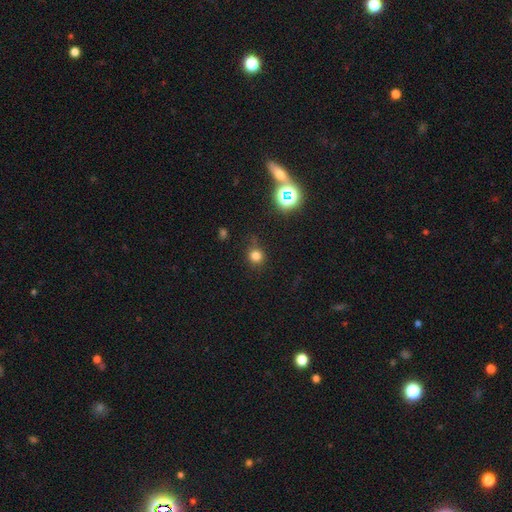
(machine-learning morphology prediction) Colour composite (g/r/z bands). It shows a smooth galaxy with no disk features (75%) that is round (89%). Merging: none (74%).